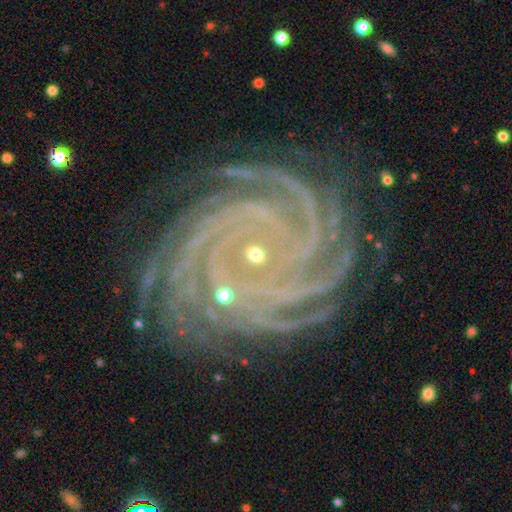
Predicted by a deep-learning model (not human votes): Smooth or featured? featured or disk (89%)
Edge-on disk? no (98%)
Bar? no (57%)
Spiral arms? yes (99%)
Spiral winding? tight (87%)
Spiral arm count? more than 4 (42%)
Bulge size? small (87%)
Merging? none (81%)